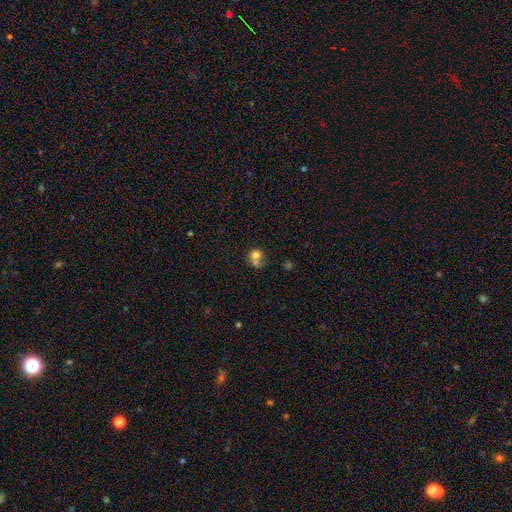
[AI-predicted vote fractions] Smooth or featured? smooth (73%)
How rounded? round (75%)
Merging? merger (53%)